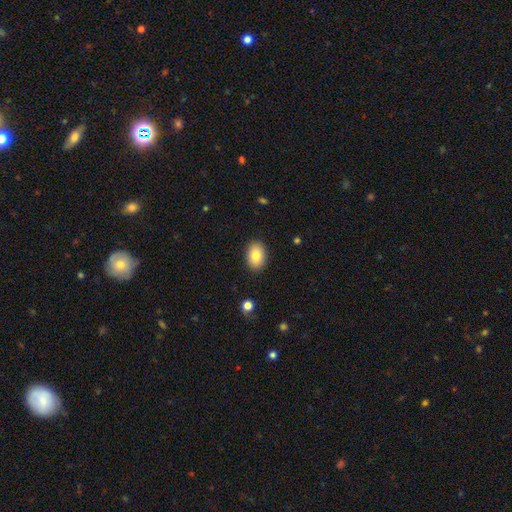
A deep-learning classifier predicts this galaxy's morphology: Overall: smooth (83%). How rounded: in between (84%). Merging: none (89%).